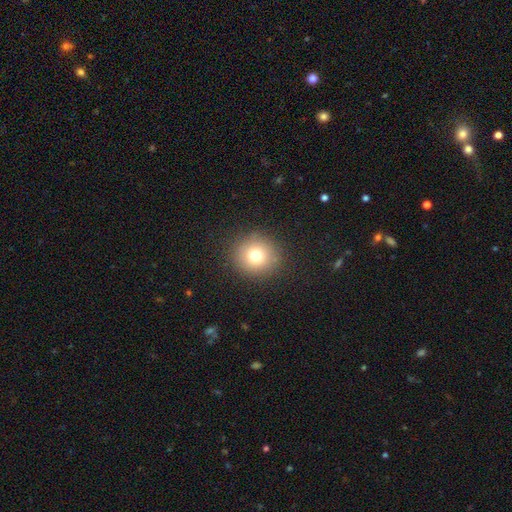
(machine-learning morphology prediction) type=smooth (76%); roundness=round (91%); merging=none (89%).